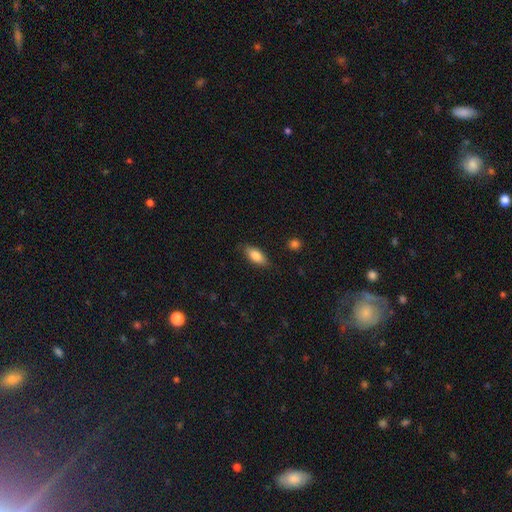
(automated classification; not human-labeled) Smooth or featured: smooth — 81% (featured or disk — 12%)
How rounded: in between — 81% (cigar-shaped — 16%)
Merging: none — 81% (minor disturbance — 15%)